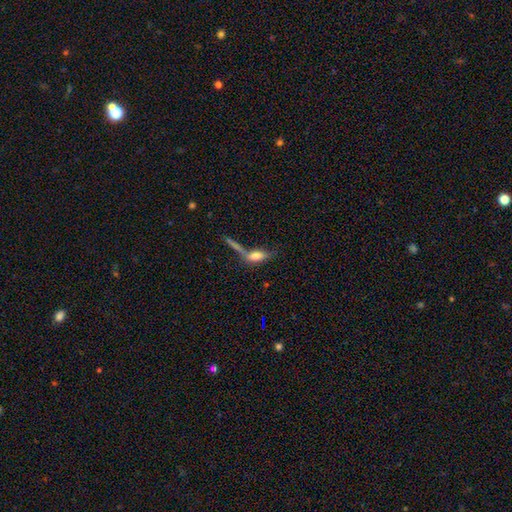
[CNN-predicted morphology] smooth-or-featured: smooth: 66% | featured or disk: 25% | star or artifact: 9%
  how-rounded: in between: 62% | cigar-shaped: 34% | round: 4%
  merging: merger: 40% | none: 37% | minor disturbance: 13% | major disturbance: 10%